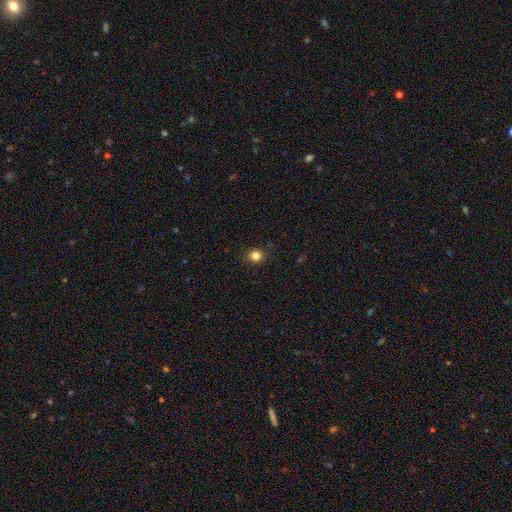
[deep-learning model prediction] The model was most divided on "how rounded": round: 84%, in between: 15%, cigar-shaped: 1%. More confident: merging — none (88%); smooth or featured — smooth (83%).